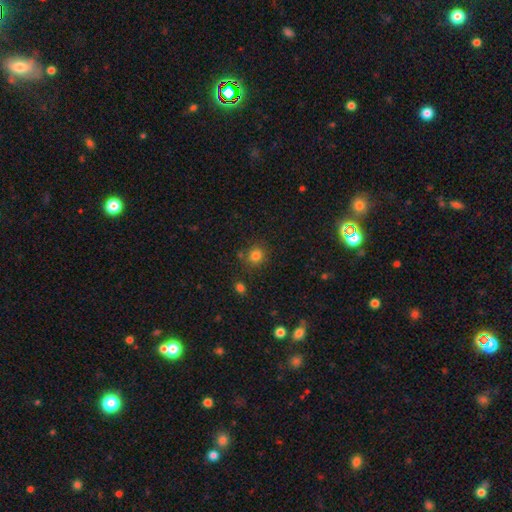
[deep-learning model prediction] Morphology: type=smooth (81%); roundness=round (84%); merging=none (79%).